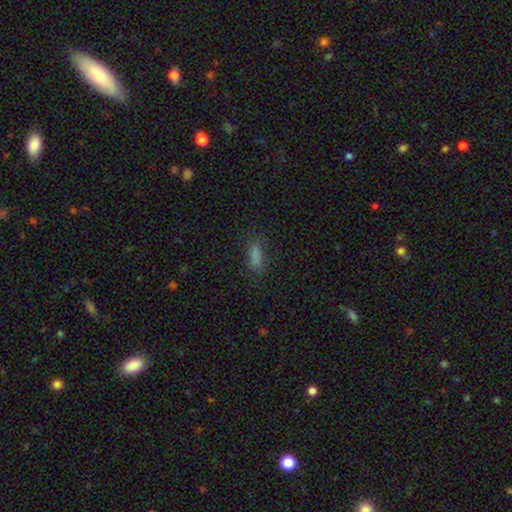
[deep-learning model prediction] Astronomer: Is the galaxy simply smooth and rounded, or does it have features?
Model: smooth — 80%.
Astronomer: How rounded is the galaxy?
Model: in between — 70%.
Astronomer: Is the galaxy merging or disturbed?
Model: none — 75%.